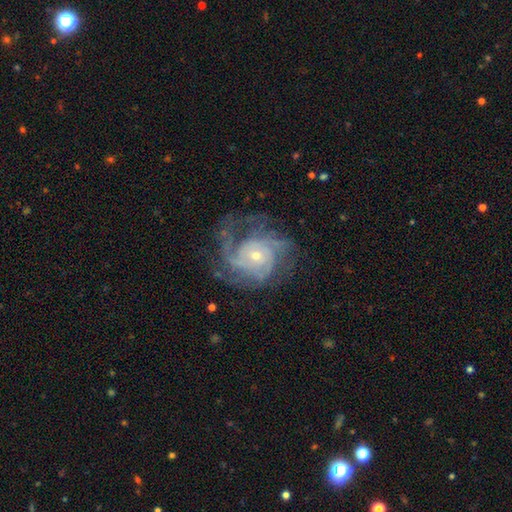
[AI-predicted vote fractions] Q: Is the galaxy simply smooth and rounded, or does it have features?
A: featured or disk — 88%.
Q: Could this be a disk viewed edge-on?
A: no — 98%.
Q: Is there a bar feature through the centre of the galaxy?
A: no — 73%.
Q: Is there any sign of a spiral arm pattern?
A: yes — 97%.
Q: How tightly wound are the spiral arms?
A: tight — 52%.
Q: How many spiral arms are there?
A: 3 — 29%.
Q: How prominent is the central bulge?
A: small — 59%.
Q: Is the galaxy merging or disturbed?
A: none — 65%.